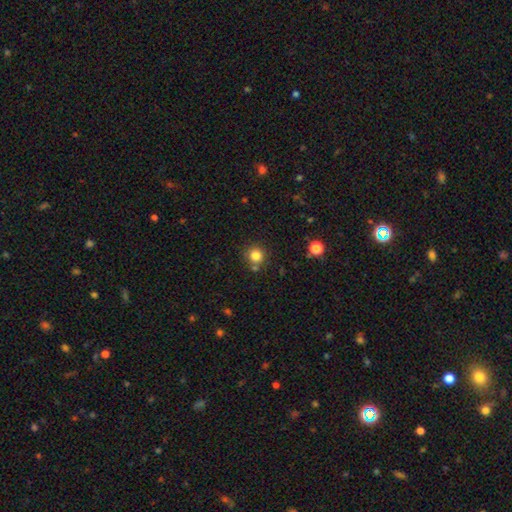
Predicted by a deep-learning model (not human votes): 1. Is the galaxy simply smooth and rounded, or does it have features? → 82% smooth, 13% star or artifact, 6% featured or disk.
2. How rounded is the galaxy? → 92% round, 7% in between, 1% cigar-shaped.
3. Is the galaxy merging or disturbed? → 77% none, 10% merger, 10% minor disturbance, 3% major disturbance.